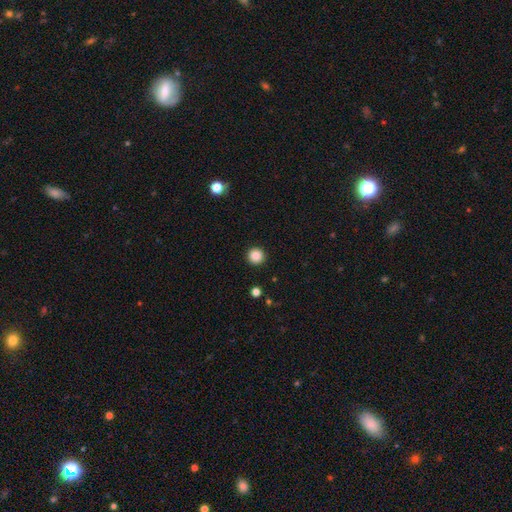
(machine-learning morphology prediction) This appears to be a smooth galaxy with no disk features (87%) that is round (96%). Merging: none (93%).